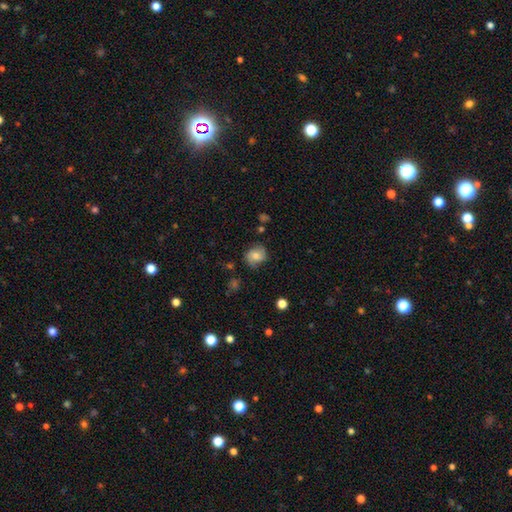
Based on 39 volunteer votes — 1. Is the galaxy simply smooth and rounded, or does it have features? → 74% smooth, 23% featured or disk, 3% star or artifact.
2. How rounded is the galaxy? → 69% round, 31% in between, 0% cigar-shaped.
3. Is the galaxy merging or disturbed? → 61% none, 29% minor disturbance, 11% major disturbance, 0% merger.